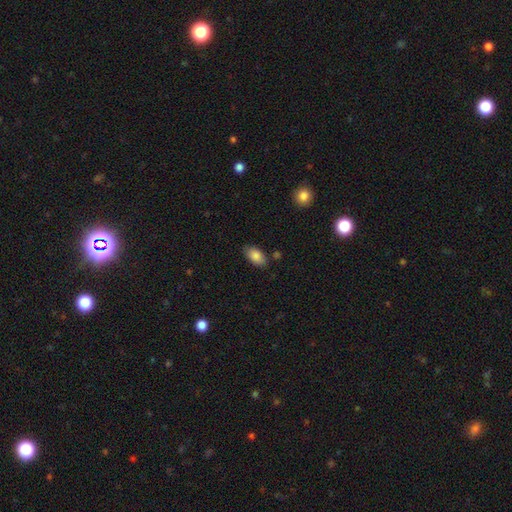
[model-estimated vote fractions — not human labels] A smooth galaxy with no disk features (85%) that is in between round and cigar-shaped (93%). Merging: none (81%).